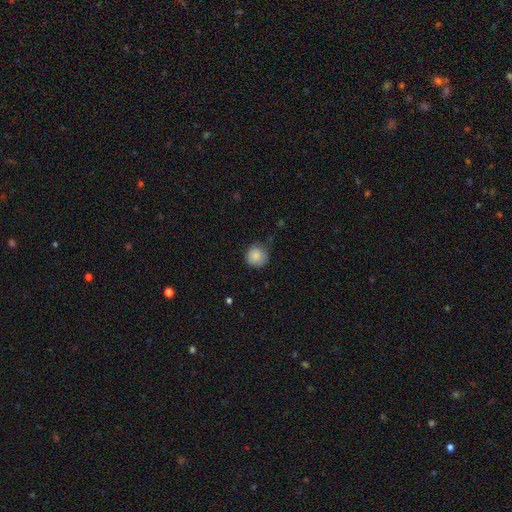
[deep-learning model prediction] Smooth or featured? Predicted: smooth (p=0.86). How rounded? Predicted: round (p=0.92). Merging? Predicted: none (p=0.72).